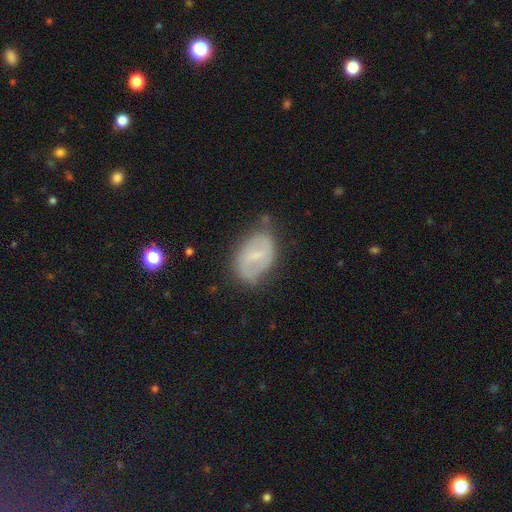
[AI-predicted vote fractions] Smooth or featured?
  - featured or disk: 57% *
  - smooth: 35%
  - star or artifact: 8%
Edge-on disk?
  - no: 94% *
  - yes: 6%
Bar?
  - weak: 49% *
  - strong: 33%
  - no: 18%
Spiral arms?
  - no: 50% * (tied)
  - yes: 50% * (tied)
Bulge size?
  - small: 65% *
  - moderate: 21%
  - none: 11%
  - large: 1%
  - dominant: 1%
Merging?
  - none: 63% *
  - minor disturbance: 26%
  - major disturbance: 8%
  - merger: 3%